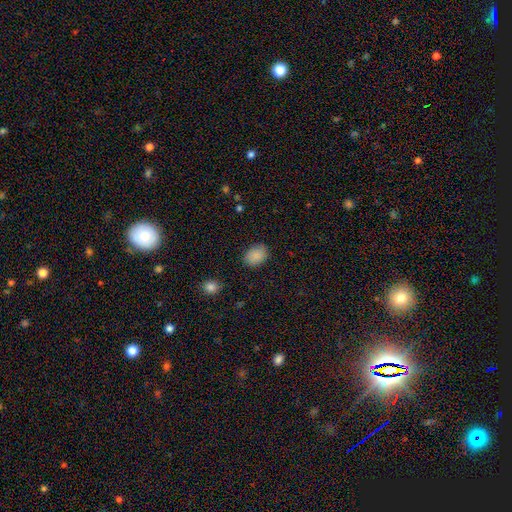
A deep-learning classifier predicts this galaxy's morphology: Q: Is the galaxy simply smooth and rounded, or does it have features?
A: smooth — 88%.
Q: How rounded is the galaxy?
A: in between — 66%.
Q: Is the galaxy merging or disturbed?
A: none — 85%.